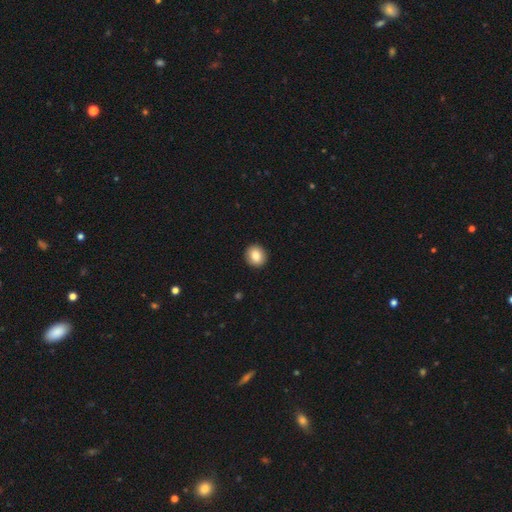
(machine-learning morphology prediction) This is clearly a smooth galaxy (85%). How rounded: likely round (77%). Merging: clearly none (92%).